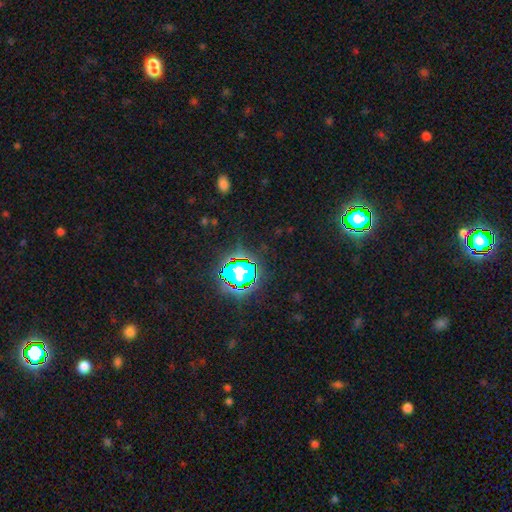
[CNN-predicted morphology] smooth_or_featured: star or artifact (p=0.80) [alt: smooth p=0.13]